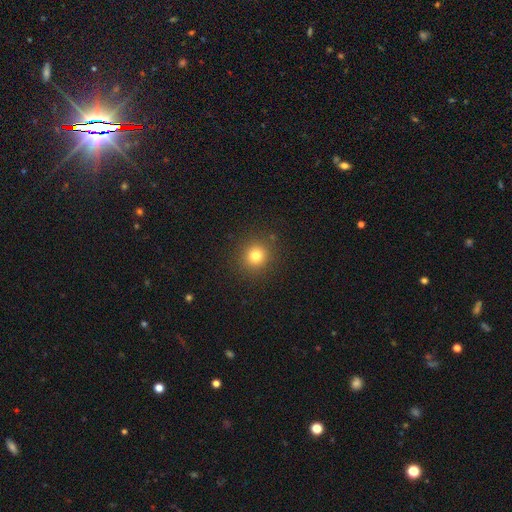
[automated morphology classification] smooth 79%, star or artifact 15%, featured or disk 7%. Down the decision tree: how rounded — round (91%); merging — none (90%).